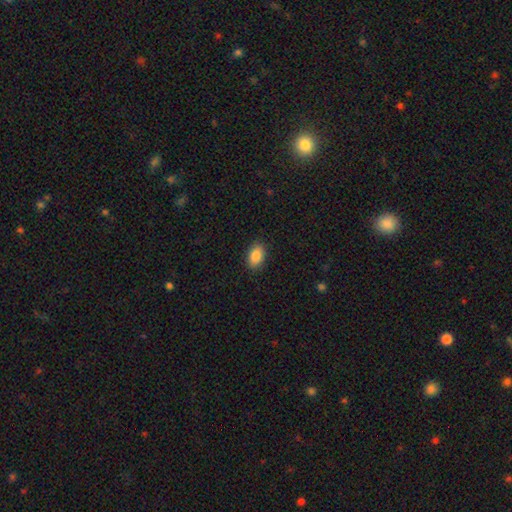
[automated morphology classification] smooth_or_featured: smooth (p=0.87) [alt: star or artifact p=0.08]
how_rounded: in between (p=0.89) [alt: round p=0.10]
merging: none (p=0.89) [alt: minor disturbance p=0.08]